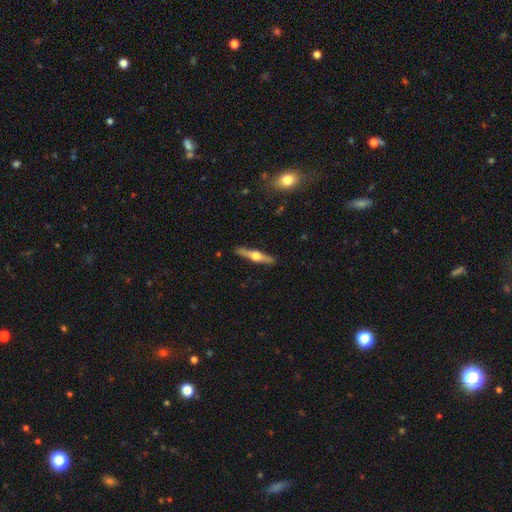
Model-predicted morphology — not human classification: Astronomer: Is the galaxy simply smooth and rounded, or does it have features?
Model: featured or disk — 65%.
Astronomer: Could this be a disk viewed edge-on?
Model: yes — 97%.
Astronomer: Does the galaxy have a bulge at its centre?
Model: rounded — 94%.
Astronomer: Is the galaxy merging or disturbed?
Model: none — 90%.